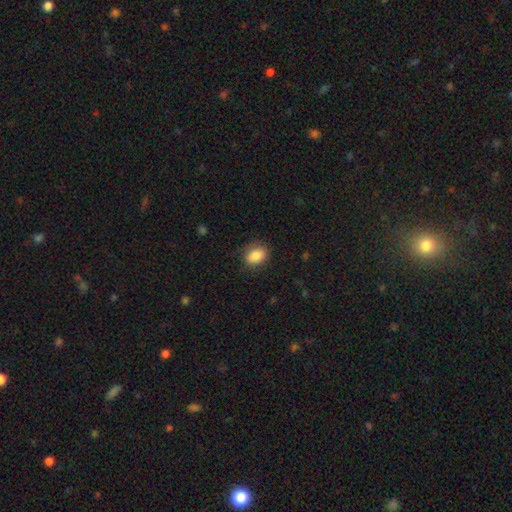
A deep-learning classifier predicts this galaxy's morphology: Smooth or featured: smooth — 86% (star or artifact — 8%)
How rounded: in between — 70% (round — 29%)
Merging: none — 80% (minor disturbance — 15%)